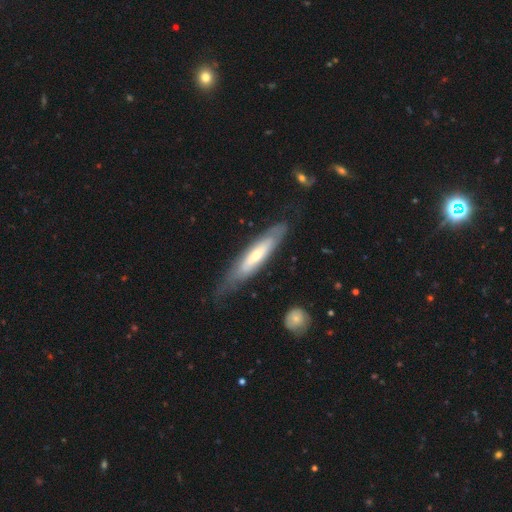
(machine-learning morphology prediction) type=featured or disk (56%); edge-on=yes (59%); merging=none (70%).